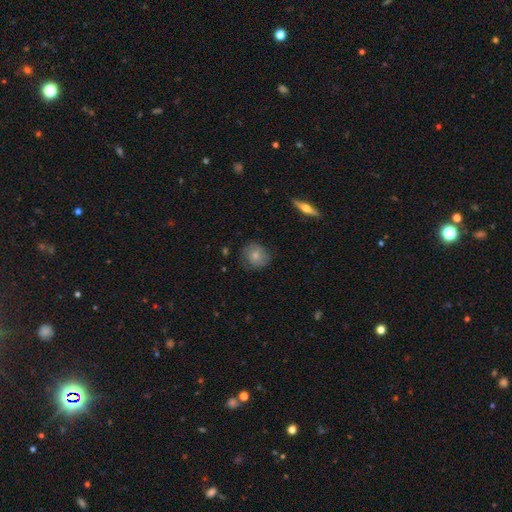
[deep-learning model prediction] Smooth or featured? Predicted: smooth (p=0.68). How rounded? Predicted: round (p=0.82). Merging? Predicted: none (p=0.74).